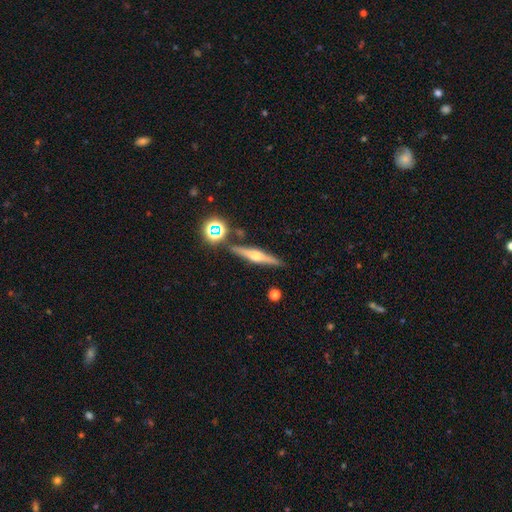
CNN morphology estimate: The model was most divided on "smooth or featured": featured or disk: 68%, smooth: 22%, star or artifact: 9%. More confident: edge-on disk — yes (97%); edge-on bulge — rounded (92%); merging — none (86%).